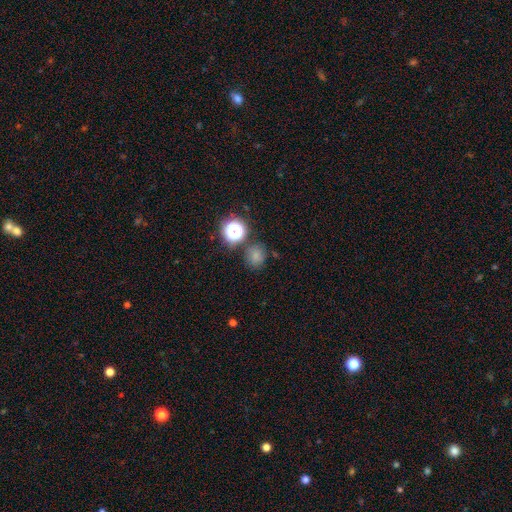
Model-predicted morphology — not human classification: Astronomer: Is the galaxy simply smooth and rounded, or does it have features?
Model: smooth — 71%.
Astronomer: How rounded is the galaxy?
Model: round — 77%.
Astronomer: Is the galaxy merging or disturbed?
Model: none — 75%.